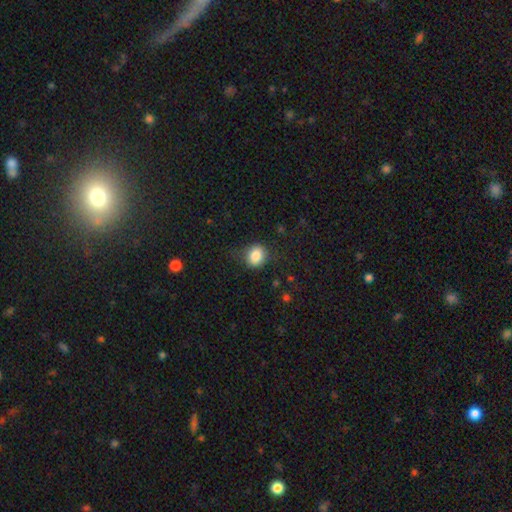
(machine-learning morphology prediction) This appears to be a smooth galaxy with no disk features (84%) that is round (58%). Merging: none (73%).